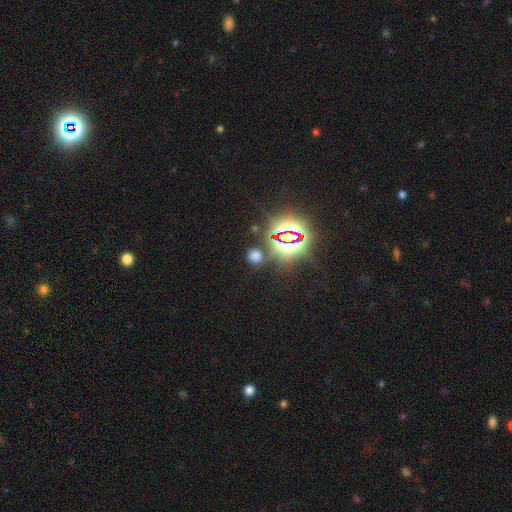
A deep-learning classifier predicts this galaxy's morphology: Smooth or featured: smooth — 51% (star or artifact — 42%)
How rounded: round — 86% (in between — 12%)
Merging: none — 81% (minor disturbance — 9%)